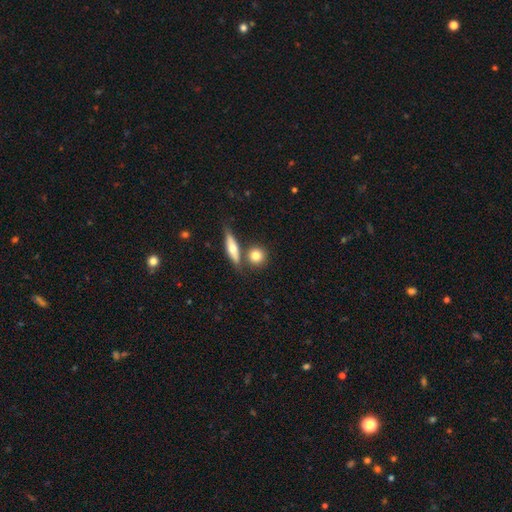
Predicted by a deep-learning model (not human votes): This appears to be a smooth galaxy with no disk features (78%) that is round (79%). Merging: none (67%).